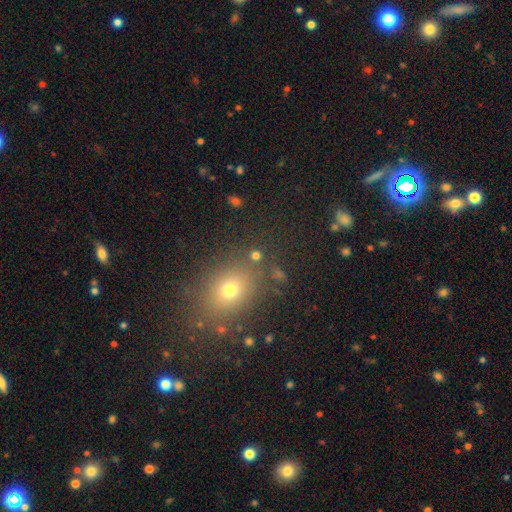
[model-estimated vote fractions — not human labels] smooth 66%, star or artifact 25%, featured or disk 8%. Down the decision tree: how rounded — round (83%); merging — none (78%).